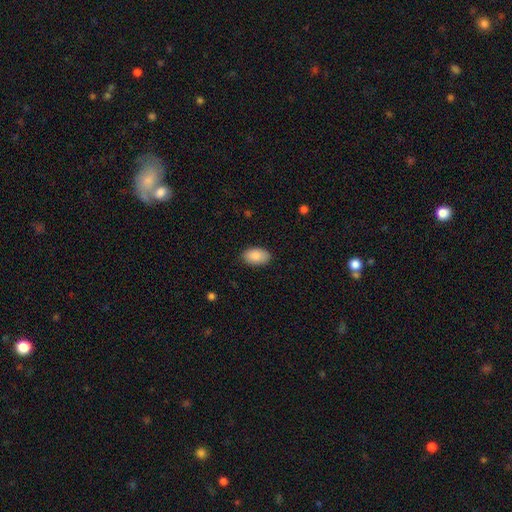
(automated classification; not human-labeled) The model was most divided on "merging": none: 87%, minor disturbance: 10%, major disturbance: 2%, merger: 1%. More confident: how rounded — in between (93%); smooth or featured — smooth (89%).